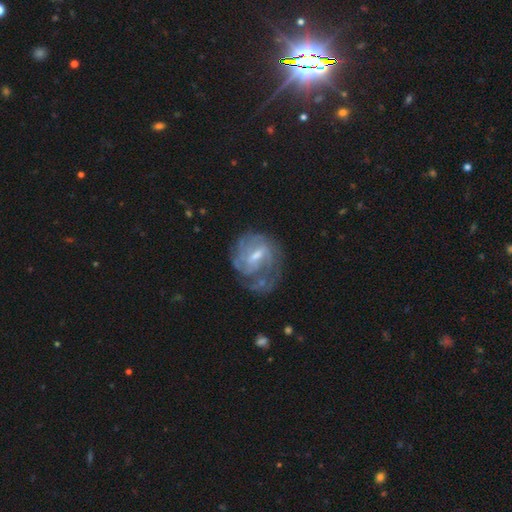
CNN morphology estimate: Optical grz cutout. It shows a featured or disk galaxy (82%) with a weak bar (57%), tight (52%) spiral arms (90%) and a moderate central bulge (45%). Merging: none (53%).